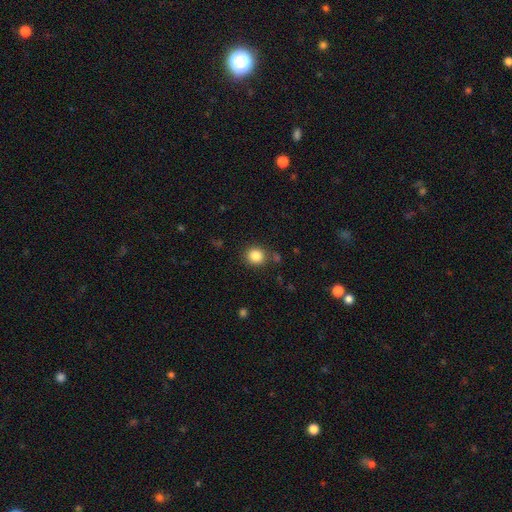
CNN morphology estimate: Overall: smooth (85%). How rounded: round (87%). Merging: none (83%).